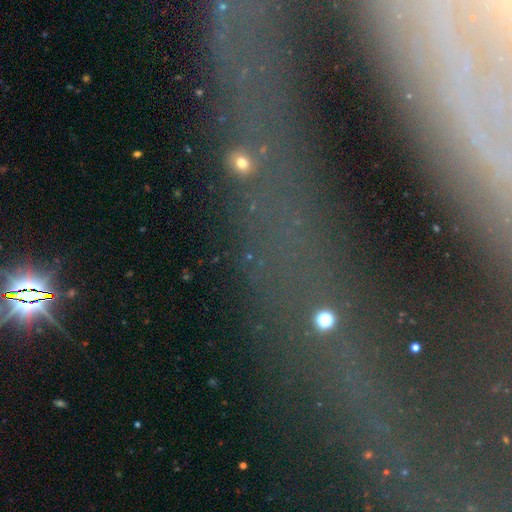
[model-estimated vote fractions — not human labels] Morphology: type=star or artifact (41%).